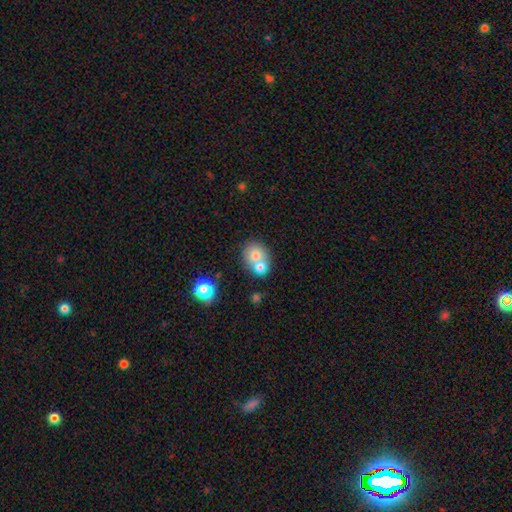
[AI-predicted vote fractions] Smooth or featured? smooth (70%)
How rounded? round (68%)
Merging? merger (58%)